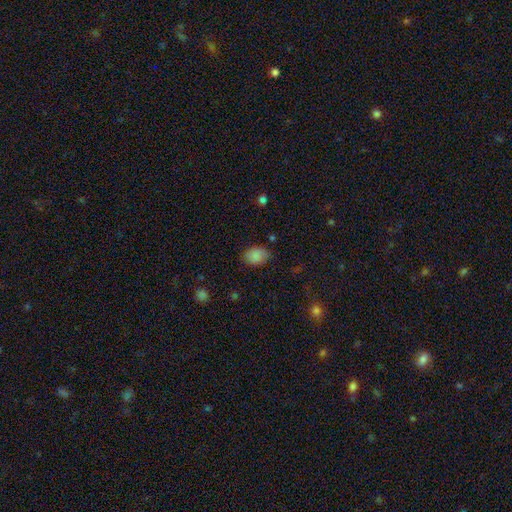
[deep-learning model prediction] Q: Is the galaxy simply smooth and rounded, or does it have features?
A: smooth — 86%.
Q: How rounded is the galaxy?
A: in between — 75%.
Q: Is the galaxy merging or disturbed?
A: none — 80%.